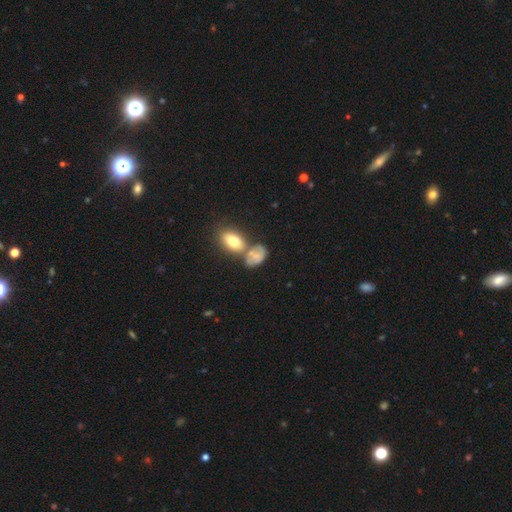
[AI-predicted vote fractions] Overall: smooth (57%; featured or disk 32%). How rounded: in between (78%). Merging: none (38%; merger 31%).